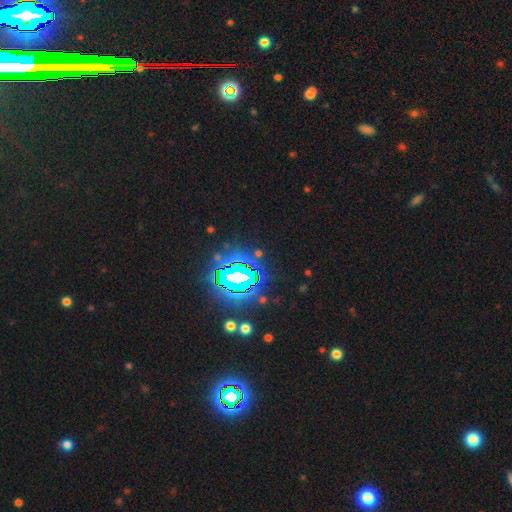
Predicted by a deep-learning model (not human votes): Morphology: type=star or artifact (77%).